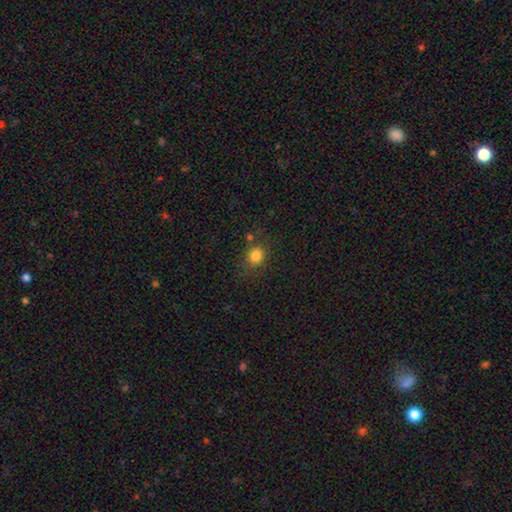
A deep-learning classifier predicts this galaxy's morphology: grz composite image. It shows a smooth galaxy with no disk features (81%) that is round (78%). Merging: none (76%).